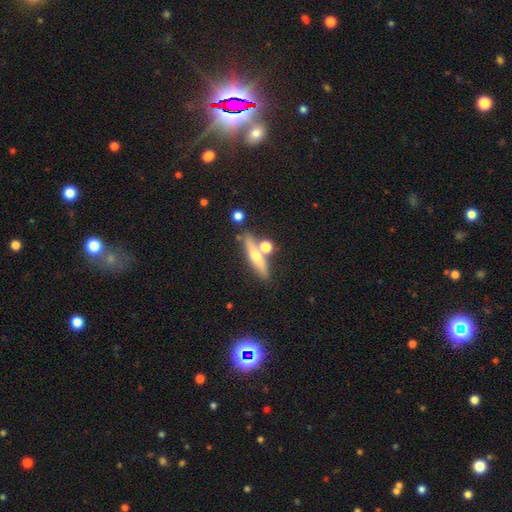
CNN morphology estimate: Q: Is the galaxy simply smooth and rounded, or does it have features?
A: featured or disk — 47%.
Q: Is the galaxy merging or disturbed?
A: none — 68%.